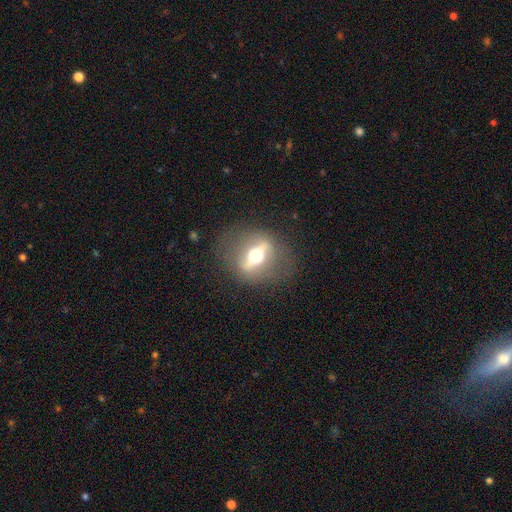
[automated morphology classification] A featured or disk galaxy (75%) viewed edge-on (53%).

Vote fractions:
- Smooth or featured? featured or disk: 75% / smooth: 18% / star or artifact: 7%
- Edge-on disk? yes: 53% / no: 47%
- Merging? none: 79% / minor disturbance: 11% / major disturbance: 8% / merger: 1%